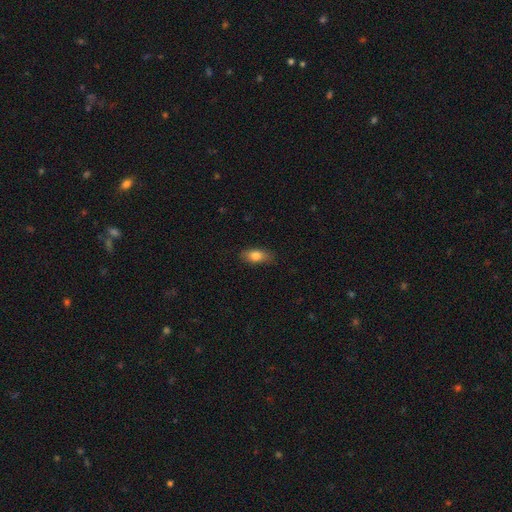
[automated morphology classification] A smooth galaxy with no disk features (81%) that is in between round and cigar-shaped (84%). Merging: none (81%).